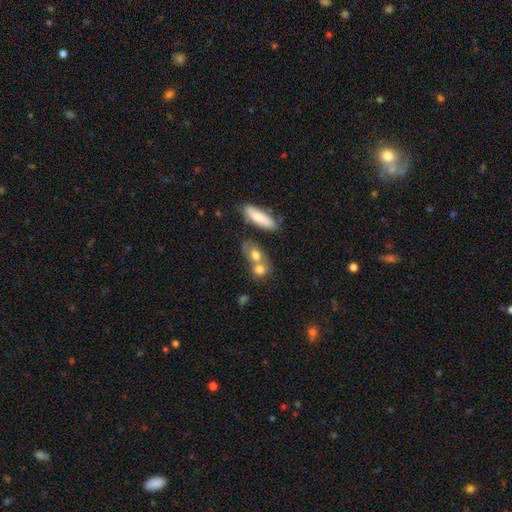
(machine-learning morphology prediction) Smooth or featured?
  - smooth: 71% *
  - featured or disk: 19%
  - star or artifact: 10%
How rounded?
  - in between: 50% *
  - round: 41%
  - cigar-shaped: 9%
Merging?
  - merger: 55% *
  - none: 30%
  - minor disturbance: 10%
  - major disturbance: 5%